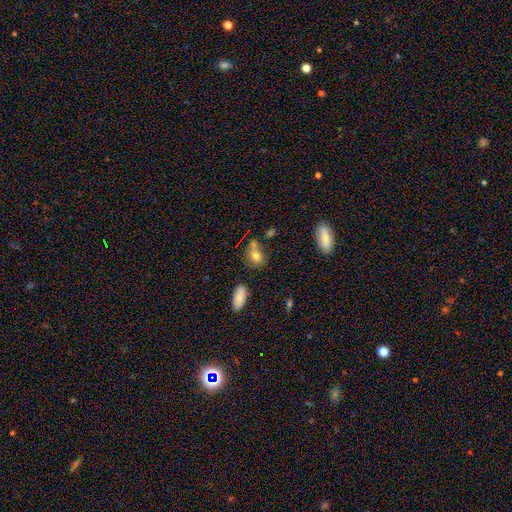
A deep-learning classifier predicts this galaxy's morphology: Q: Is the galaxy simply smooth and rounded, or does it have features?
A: smooth — 73%.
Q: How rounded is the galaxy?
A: in between — 64%.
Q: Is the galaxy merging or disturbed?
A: none — 48%.